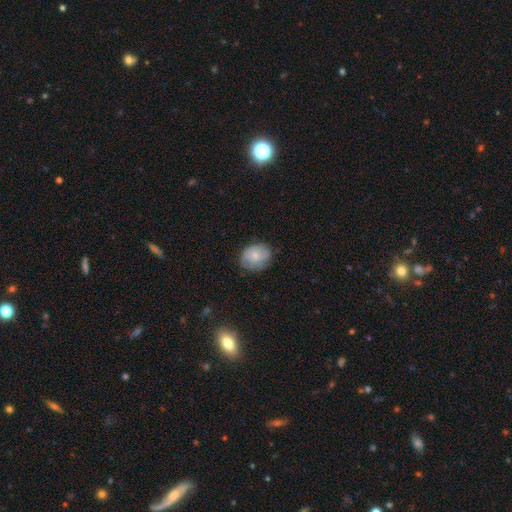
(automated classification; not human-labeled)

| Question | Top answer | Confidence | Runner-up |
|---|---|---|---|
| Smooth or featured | smooth | 65% | featured or disk (28%) |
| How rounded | round | 52% | in between (47%) |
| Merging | none | 70% | minor disturbance (23%) |